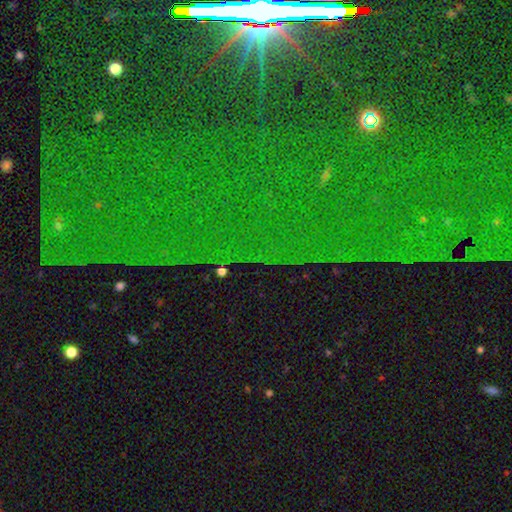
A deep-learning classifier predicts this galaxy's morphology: A star or artifact, not a galaxy (85%).

Vote fractions:
- Smooth or featured? star or artifact: 85% / featured or disk: 8% / smooth: 7%